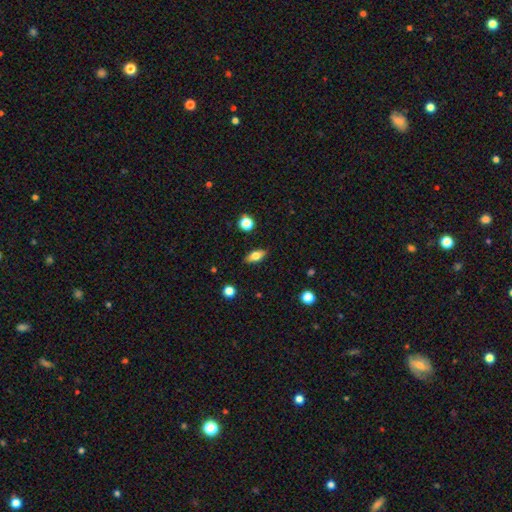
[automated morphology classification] This is likely a smooth galaxy (68%). How rounded: clearly in between (80%). Merging: clearly none (88%).